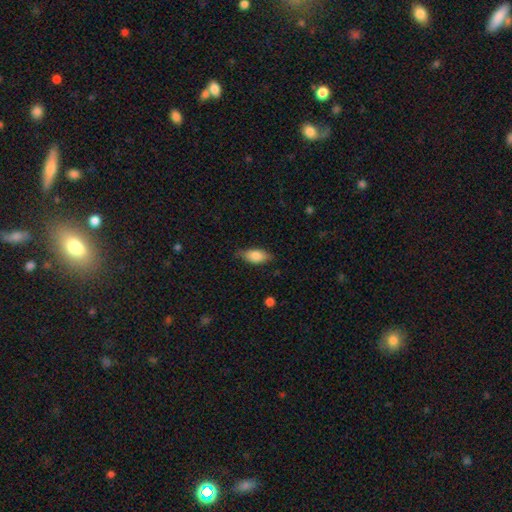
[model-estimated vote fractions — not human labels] The model was most divided on "merging": none: 75%, minor disturbance: 20%, major disturbance: 4%, merger: 1%. More confident: how rounded — in between (87%); smooth or featured — smooth (79%).